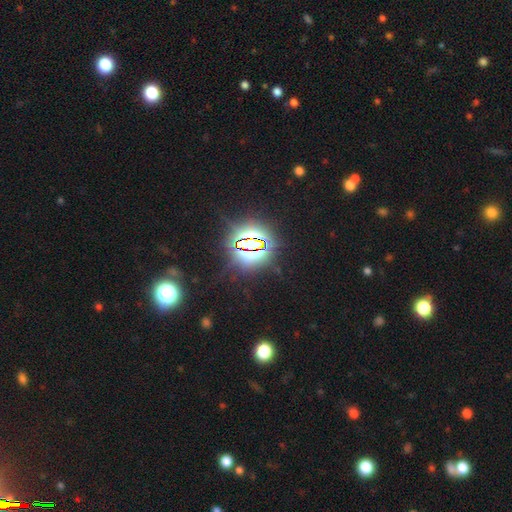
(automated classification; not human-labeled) Smooth or featured? star or artifact (82%)